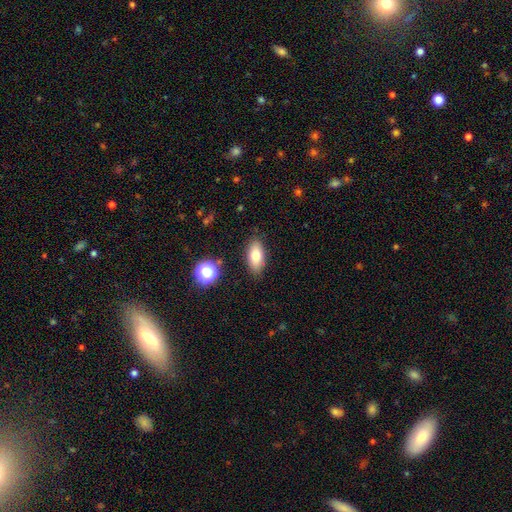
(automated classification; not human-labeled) Smooth or featured?
  - smooth: 76% *
  - featured or disk: 15%
  - star or artifact: 9%
How rounded?
  - in between: 86% *
  - cigar-shaped: 10%
  - round: 4%
Merging?
  - none: 86% *
  - minor disturbance: 10%
  - major disturbance: 2%
  - merger: 2%